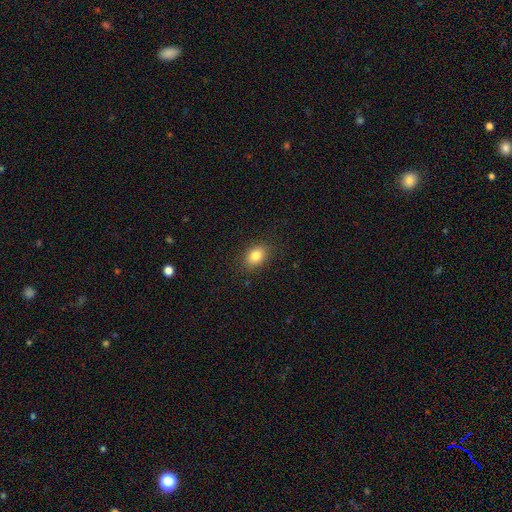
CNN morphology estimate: smooth_or_featured: smooth (p=0.83) [alt: star or artifact p=0.10]
how_rounded: in between (p=0.71) [alt: round p=0.28]
merging: none (p=0.86) [alt: minor disturbance p=0.10]